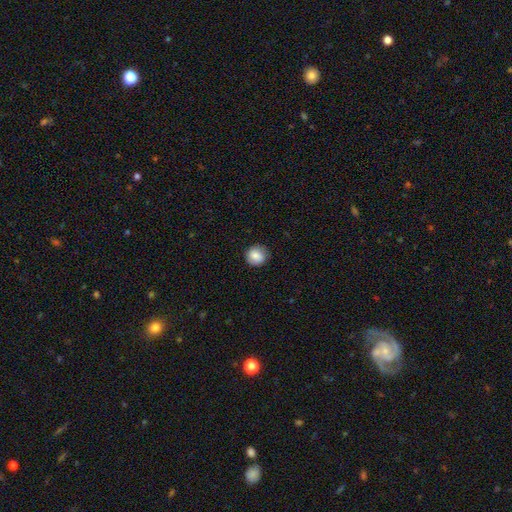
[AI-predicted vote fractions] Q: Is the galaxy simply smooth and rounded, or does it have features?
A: smooth — 83%.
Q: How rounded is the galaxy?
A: round — 87%.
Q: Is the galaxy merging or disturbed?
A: none — 86%.